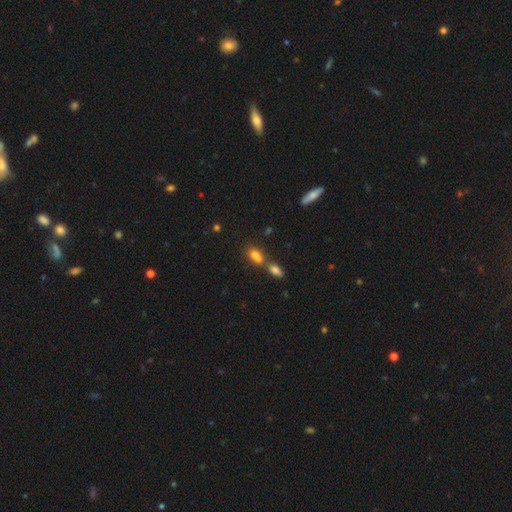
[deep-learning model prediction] smooth_or_featured: smooth (p=0.76) [alt: featured or disk p=0.12]
how_rounded: in between (p=0.77) [alt: round p=0.17]
merging: merger (p=0.54) [alt: none p=0.34]